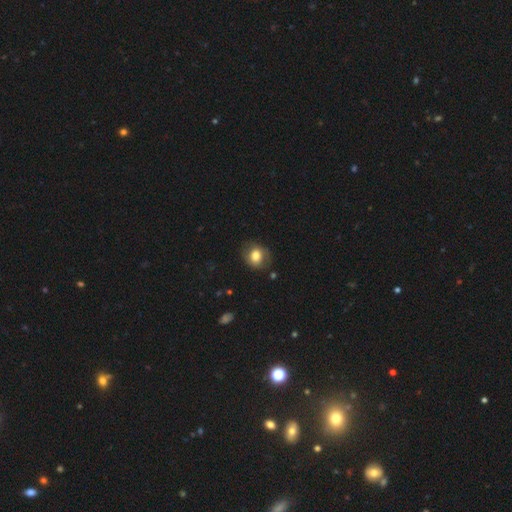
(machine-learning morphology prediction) This is likely a smooth galaxy (77%). How rounded: likely round (62%). Merging: likely none (75%).